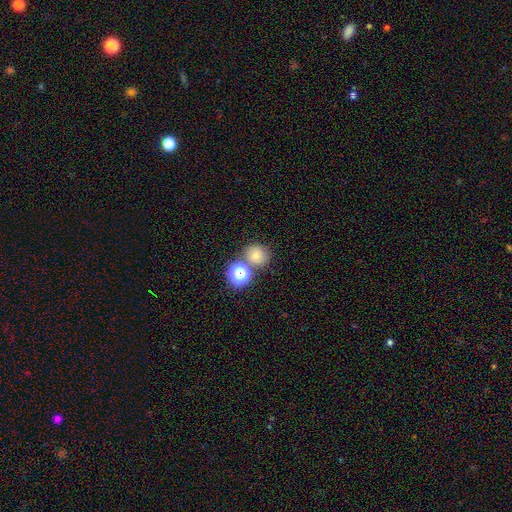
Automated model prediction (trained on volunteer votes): smooth_or_featured: smooth (p=0.71) [alt: star or artifact p=0.19]
how_rounded: round (p=0.84) [alt: in between p=0.16]
merging: none (p=0.65) [alt: merger p=0.22]